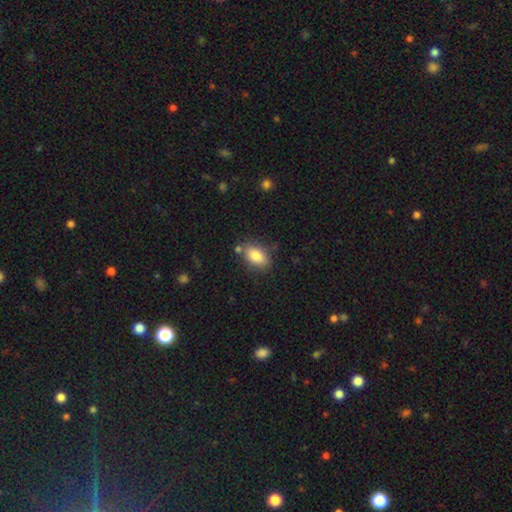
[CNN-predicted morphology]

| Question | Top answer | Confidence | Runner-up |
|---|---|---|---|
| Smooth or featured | smooth | 84% | featured or disk (9%) |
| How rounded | in between | 89% | round (8%) |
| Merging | none | 75% | minor disturbance (15%) |